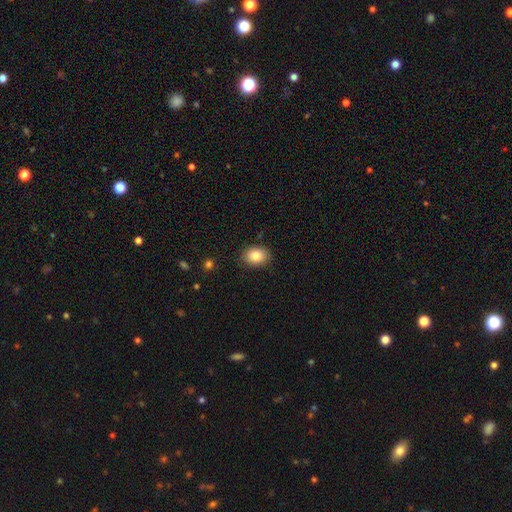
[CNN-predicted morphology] type=smooth (85%); roundness=in between (63%); merging=none (86%).